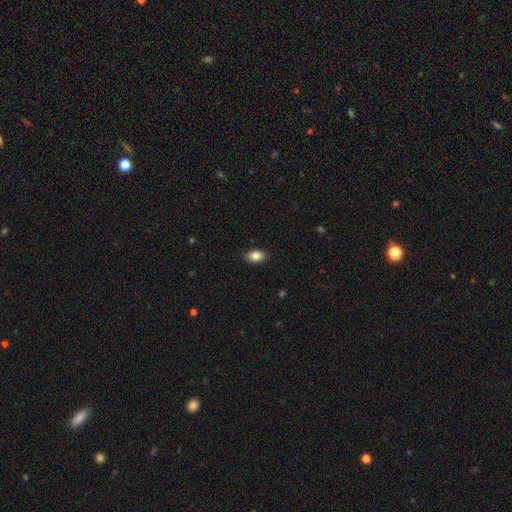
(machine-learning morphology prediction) Overall: smooth (85%). How rounded: in between (85%). Merging: none (89%).